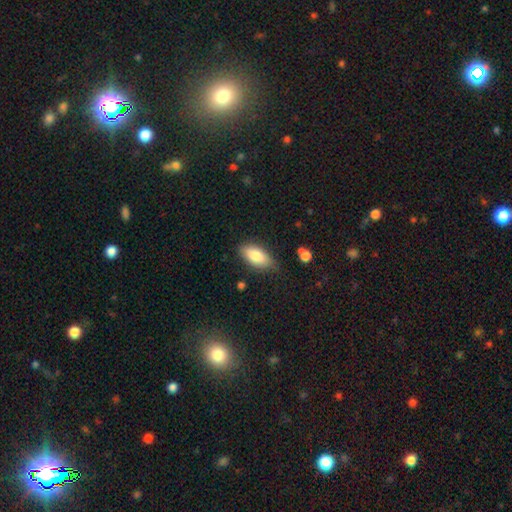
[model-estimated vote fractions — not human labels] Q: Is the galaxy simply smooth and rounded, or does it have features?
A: smooth — 82%.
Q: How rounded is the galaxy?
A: in between — 88%.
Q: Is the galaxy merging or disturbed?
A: none — 78%.